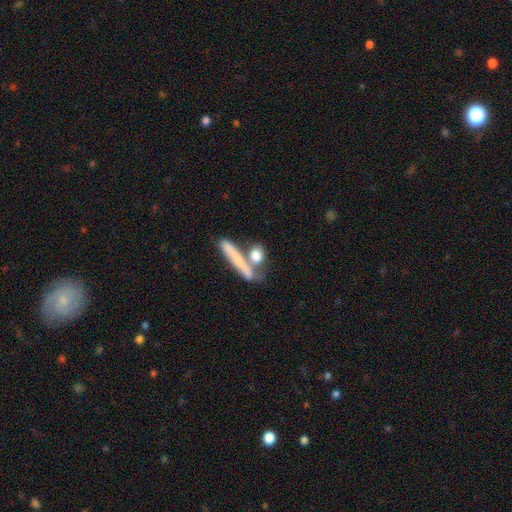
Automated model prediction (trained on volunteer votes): smooth_or_featured: smooth (p=0.72) [alt: featured or disk p=0.20]
how_rounded: cigar-shaped (p=0.37) [alt: round p=0.33]
merging: none (p=0.48) [alt: merger p=0.30]